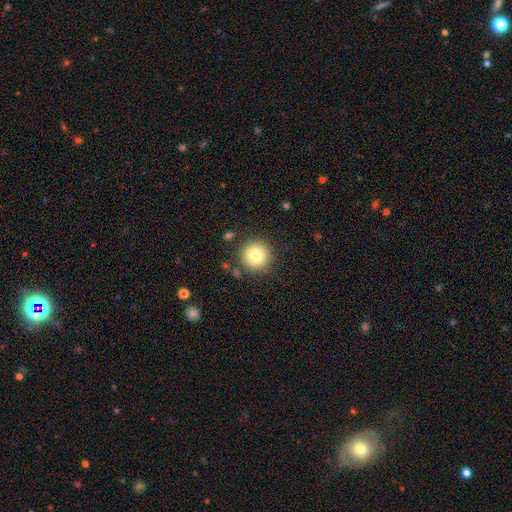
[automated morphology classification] Overall: smooth (81%). How rounded: round (96%). Merging: none (88%).